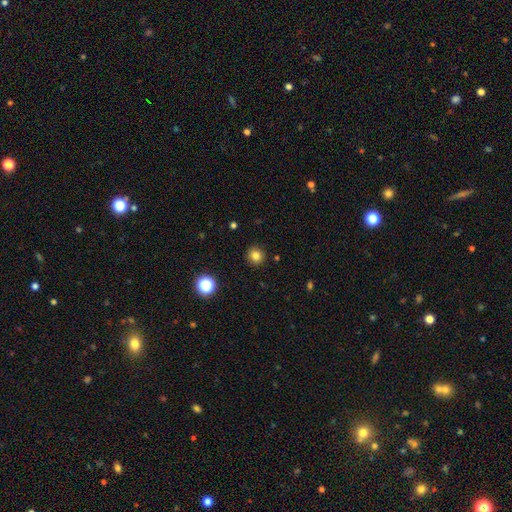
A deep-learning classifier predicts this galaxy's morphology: Smooth or featured?
  - smooth: 81% *
  - star or artifact: 13%
  - featured or disk: 5%
How rounded?
  - round: 92% *
  - in between: 7%
  - cigar-shaped: 1%
Merging?
  - none: 91% *
  - minor disturbance: 6%
  - major disturbance: 2%
  - merger: 1%